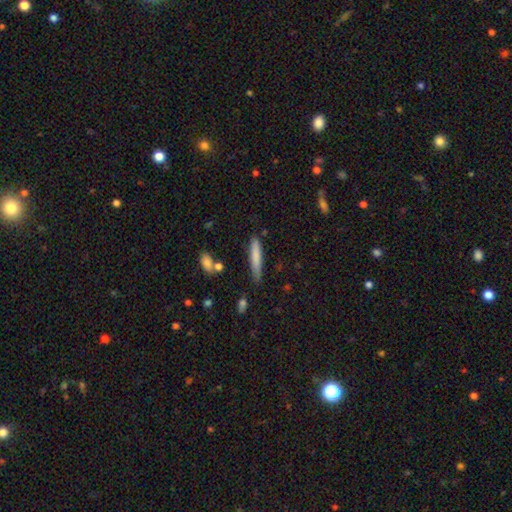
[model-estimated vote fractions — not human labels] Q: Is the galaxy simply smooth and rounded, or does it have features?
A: smooth — 76%.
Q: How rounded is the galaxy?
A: cigar-shaped — 90%.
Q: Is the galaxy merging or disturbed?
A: none — 75%.